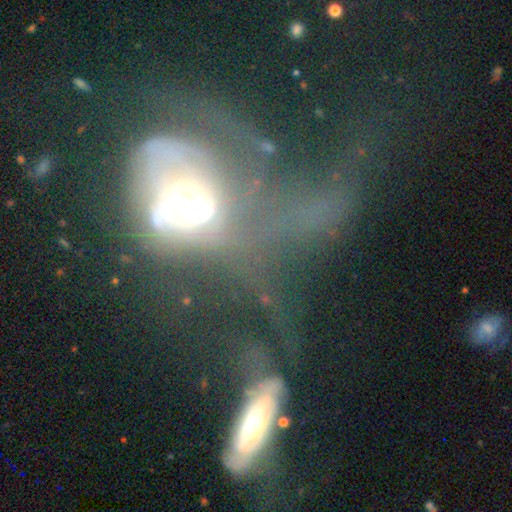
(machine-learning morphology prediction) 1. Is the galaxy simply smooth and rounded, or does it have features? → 65% featured or disk, 22% smooth, 13% star or artifact.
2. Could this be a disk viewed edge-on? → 93% no, 7% yes.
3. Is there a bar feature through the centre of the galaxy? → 67% no, 22% weak, 12% strong.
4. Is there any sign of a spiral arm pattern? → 52% yes, 48% no.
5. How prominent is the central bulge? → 40% large, 36% moderate, 14% dominant, 7% small, 3% none.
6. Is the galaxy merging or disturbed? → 57% major disturbance, 21% merger, 13% none, 9% minor disturbance.